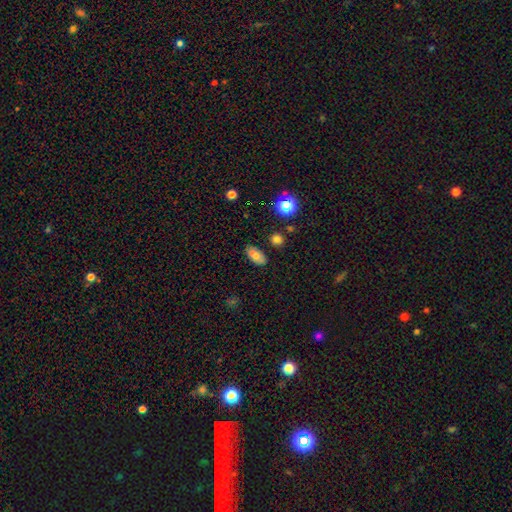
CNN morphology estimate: Smooth or featured?
  - smooth: 71% *
  - featured or disk: 17%
  - star or artifact: 11%
How rounded?
  - in between: 89% *
  - round: 7%
  - cigar-shaped: 4%
Merging?
  - none: 80% *
  - minor disturbance: 14%
  - merger: 3%
  - major disturbance: 3%